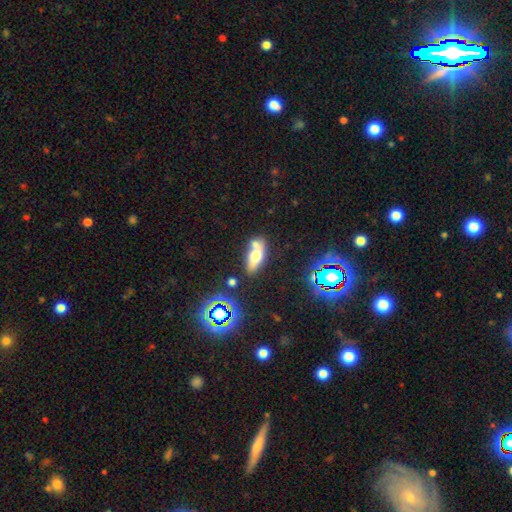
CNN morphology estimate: smooth-or-featured: smooth: 56% | featured or disk: 31% | star or artifact: 13%
  how-rounded: in between: 75% | cigar-shaped: 18% | round: 7%
  merging: none: 51% | merger: 28% | minor disturbance: 15% | major disturbance: 6%